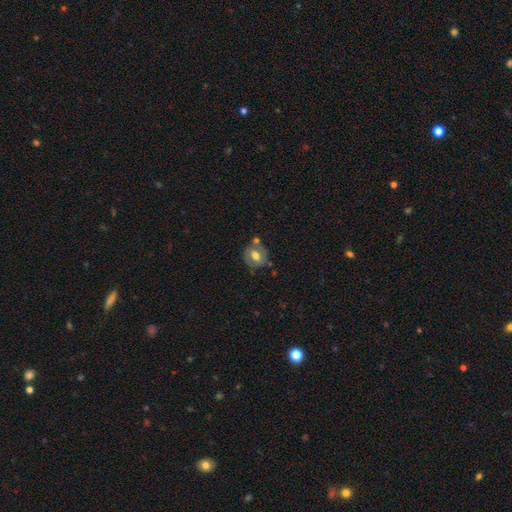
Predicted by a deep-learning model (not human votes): smooth-or-featured: smooth: 48% | featured or disk: 44% | star or artifact: 8%
  merging: none: 62% | minor disturbance: 20% | merger: 12% | major disturbance: 6%